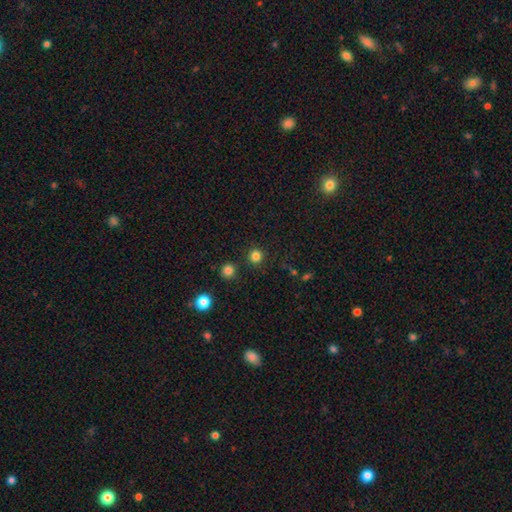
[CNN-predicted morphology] smooth 81%, star or artifact 15%, featured or disk 4%. Down the decision tree: how rounded — round (93%); merging — none (89%).